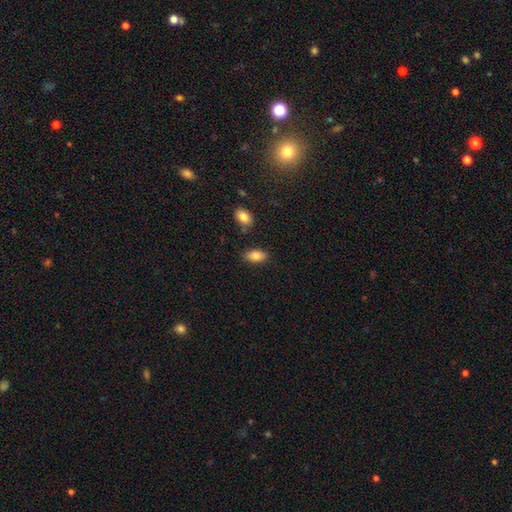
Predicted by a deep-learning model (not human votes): A smooth galaxy with no disk features (83%) that is in between round and cigar-shaped (91%).

Vote fractions:
- Smooth or featured? smooth: 83% / featured or disk: 9% / star or artifact: 8%
- How rounded? in between: 91% / cigar-shaped: 5% / round: 4%
- Merging? none: 83% / minor disturbance: 11% / merger: 3% / major disturbance: 3%